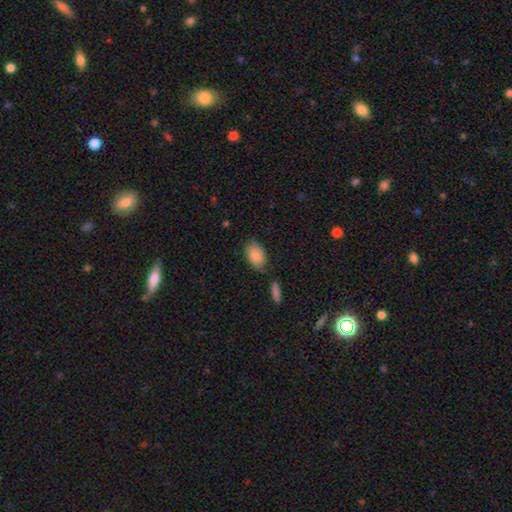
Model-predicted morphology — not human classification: Smooth or featured? smooth (84%)
How rounded? in between (92%)
Merging? none (61%)